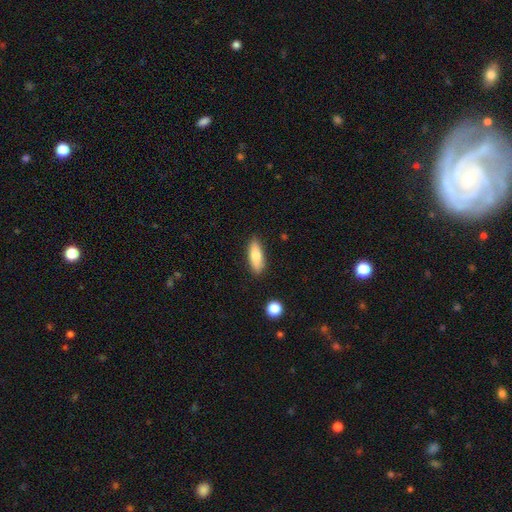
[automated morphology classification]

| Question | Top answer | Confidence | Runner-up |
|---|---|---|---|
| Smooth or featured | smooth | 74% | featured or disk (19%) |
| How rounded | in between | 53% | cigar-shaped (44%) |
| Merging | none | 86% | minor disturbance (10%) |